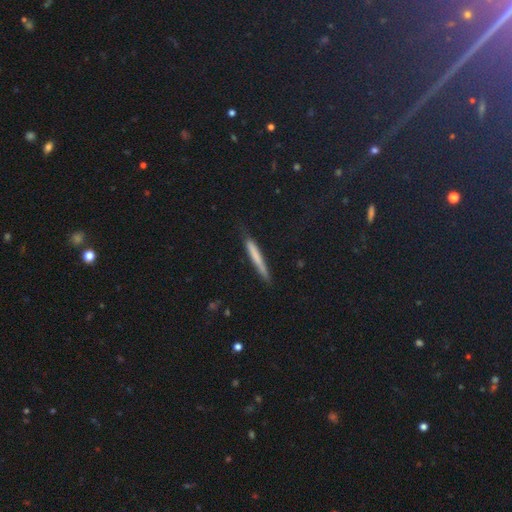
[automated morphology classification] A smooth galaxy with no disk features (68%) that is cigar-shaped (96%).

Vote fractions:
- Smooth or featured? smooth: 68% / featured or disk: 25% / star or artifact: 7%
- How rounded? cigar-shaped: 96% / in between: 3% / round: 1%
- Merging? none: 81% / minor disturbance: 15% / major disturbance: 3% / merger: 2%